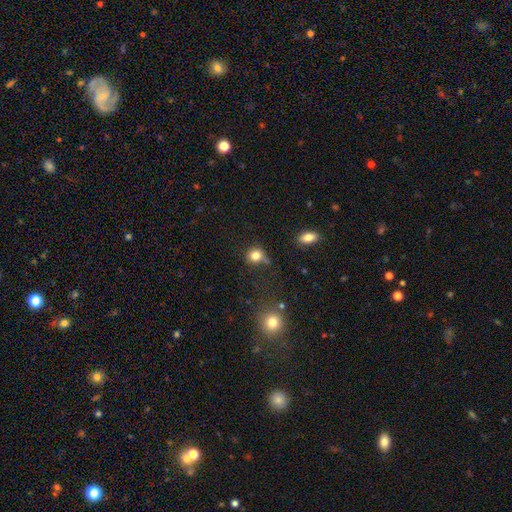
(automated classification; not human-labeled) Smooth or featured? Predicted: smooth (p=0.82). How rounded? Predicted: round (p=0.82). Merging? Predicted: none (p=0.65).